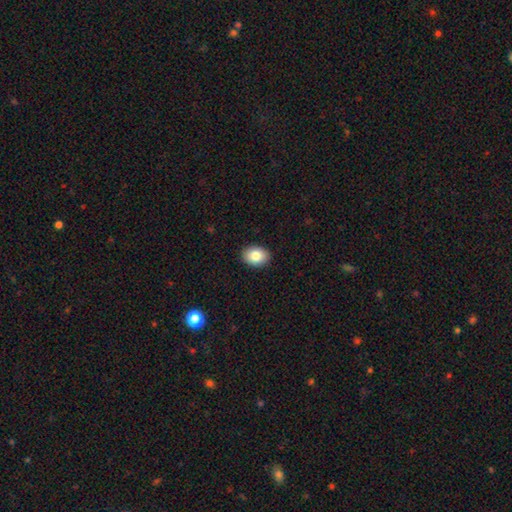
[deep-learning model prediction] The model was most divided on "how rounded": in between: 70%, round: 29%, cigar-shaped: 1%. More confident: merging — none (91%); smooth or featured — smooth (85%).